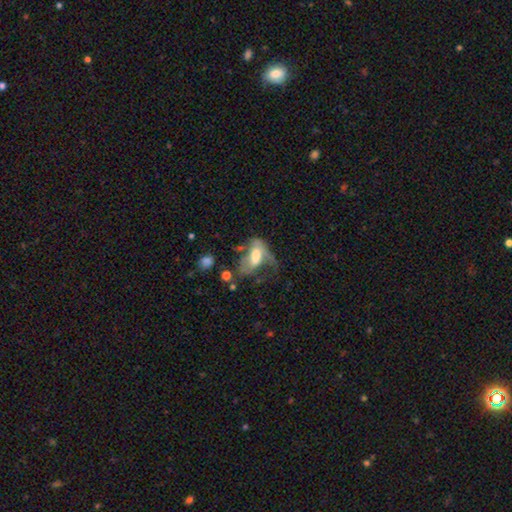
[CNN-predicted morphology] The model was most divided on "smooth or featured": smooth: 48%, featured or disk: 43%, star or artifact: 9%. More confident: merging — major disturbance (52%).